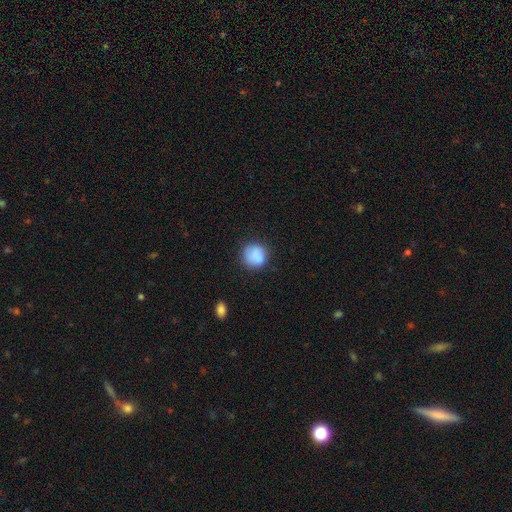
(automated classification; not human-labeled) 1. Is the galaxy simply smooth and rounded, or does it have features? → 84% smooth, 8% star or artifact, 7% featured or disk.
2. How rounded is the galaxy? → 87% round, 12% in between, 1% cigar-shaped.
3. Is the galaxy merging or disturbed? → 73% none, 19% minor disturbance, 5% major disturbance, 4% merger.